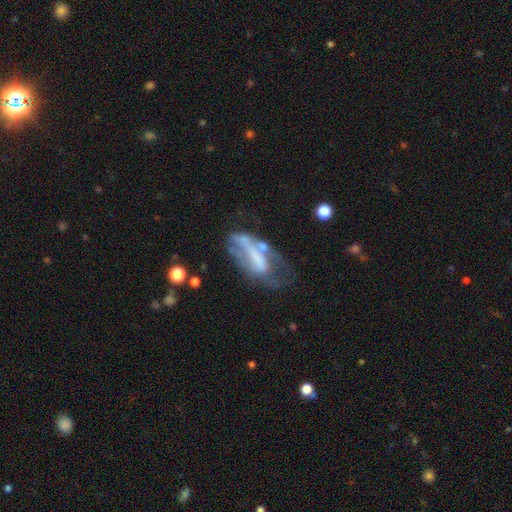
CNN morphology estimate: Overall: featured or disk (59%; smooth 31%). Edge-on disk: no (87%). Bar: no (38%; strong 37%). Spiral arms: no (65%; yes 35%). Bulge size: none (47%; moderate 21%). Merging: major disturbance (35%; none 29%).